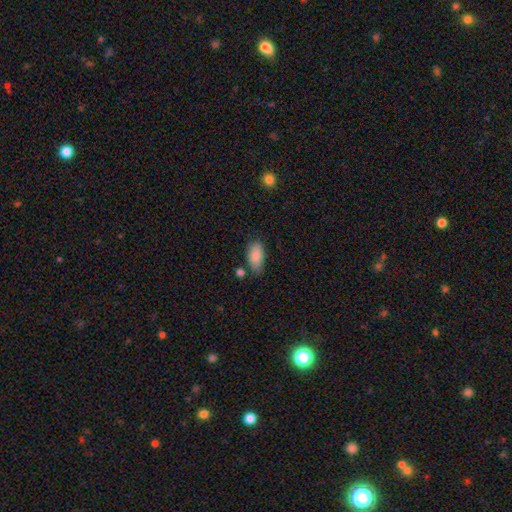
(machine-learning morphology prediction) smooth-or-featured: smooth: 87% | star or artifact: 7% | featured or disk: 6%
  how-rounded: in between: 92% | cigar-shaped: 6% | round: 3%
  merging: none: 68% | minor disturbance: 22% | merger: 6% | major disturbance: 5%